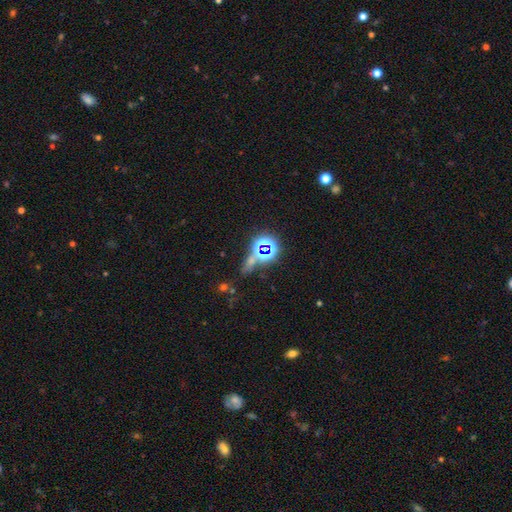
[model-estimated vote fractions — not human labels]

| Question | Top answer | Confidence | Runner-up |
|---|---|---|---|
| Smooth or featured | star or artifact | 76% | smooth (15%) |